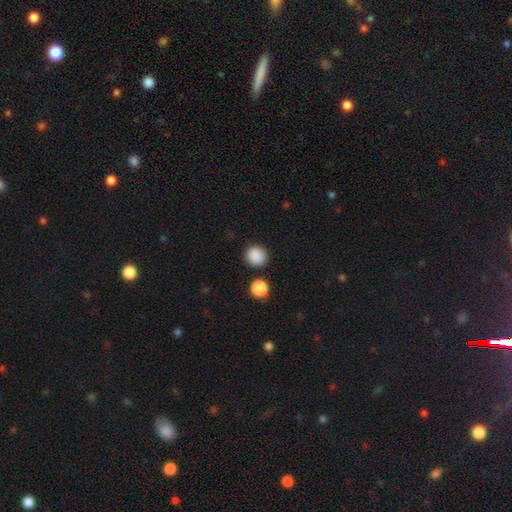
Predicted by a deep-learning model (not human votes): A smooth galaxy with no disk features (88%) that is round (86%). Merging: none (86%).